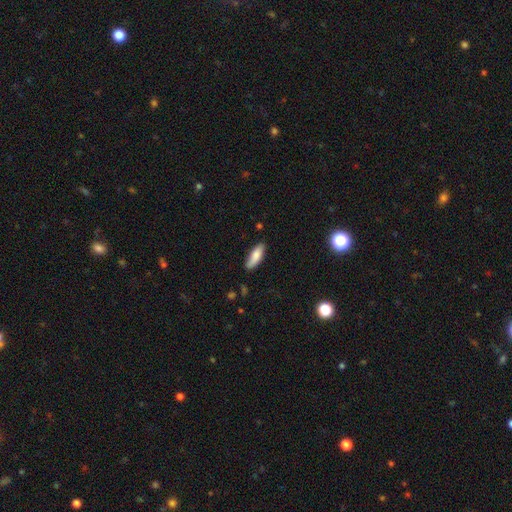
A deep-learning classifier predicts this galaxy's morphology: Smooth or featured?
  - smooth: 80% *
  - featured or disk: 14%
  - star or artifact: 6%
How rounded?
  - in between: 62% *
  - cigar-shaped: 36%
  - round: 2%
Merging?
  - none: 76% *
  - minor disturbance: 19%
  - major disturbance: 3%
  - merger: 2%